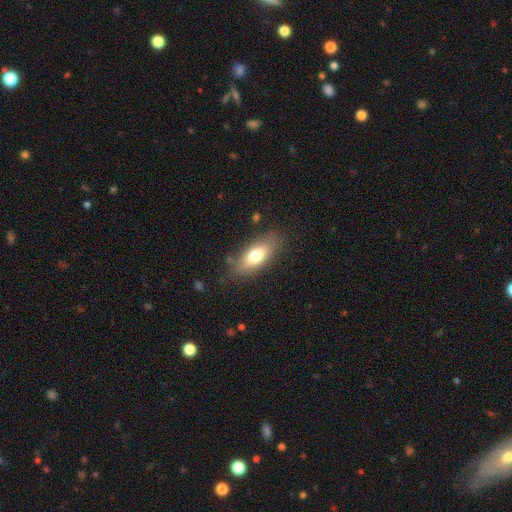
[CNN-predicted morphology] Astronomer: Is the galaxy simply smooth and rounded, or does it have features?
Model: smooth — 72%.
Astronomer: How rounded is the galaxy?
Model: in between — 75%.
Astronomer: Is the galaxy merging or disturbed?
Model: none — 81%.